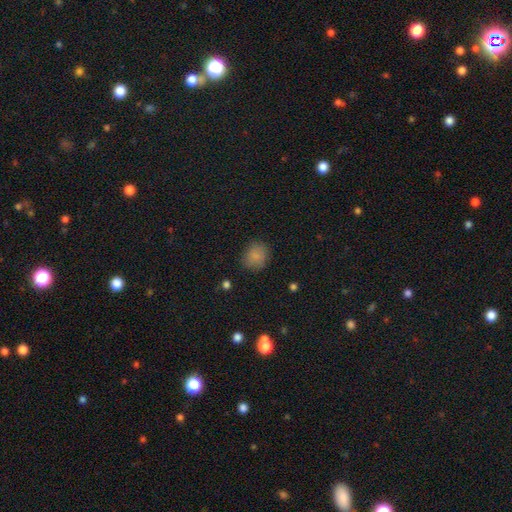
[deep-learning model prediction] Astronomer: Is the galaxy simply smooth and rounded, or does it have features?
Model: smooth — 82%.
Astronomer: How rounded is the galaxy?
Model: round — 69%.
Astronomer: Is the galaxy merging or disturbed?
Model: none — 80%.